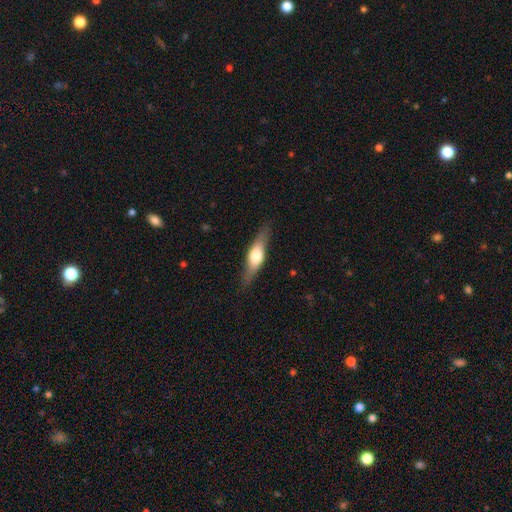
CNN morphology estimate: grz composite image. It shows a featured or disk galaxy (49%). Merging: none (84%).